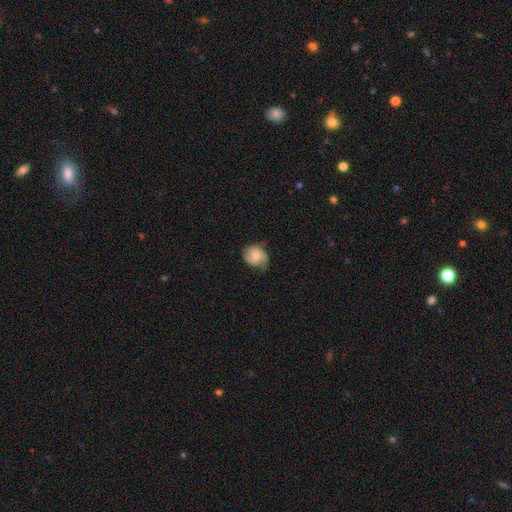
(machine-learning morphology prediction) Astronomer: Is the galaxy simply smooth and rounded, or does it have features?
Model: smooth — 59%.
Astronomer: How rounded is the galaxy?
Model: round — 62% (runner-up: in between, 37%).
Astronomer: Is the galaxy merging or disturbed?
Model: none — 53% (runner-up: minor disturbance, 34%).